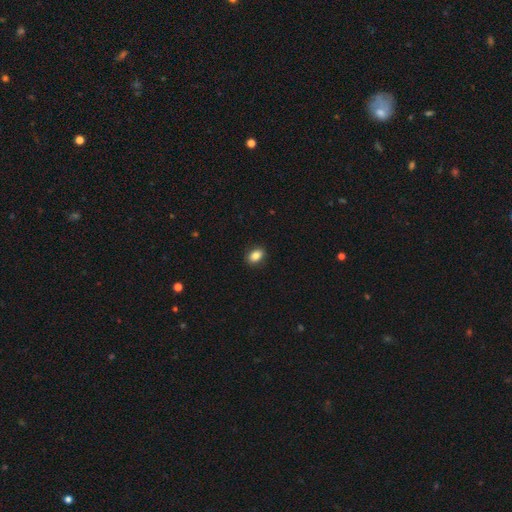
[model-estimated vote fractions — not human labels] This is clearly a smooth galaxy (86%). How rounded: clearly in between (80%). Merging: clearly none (90%).